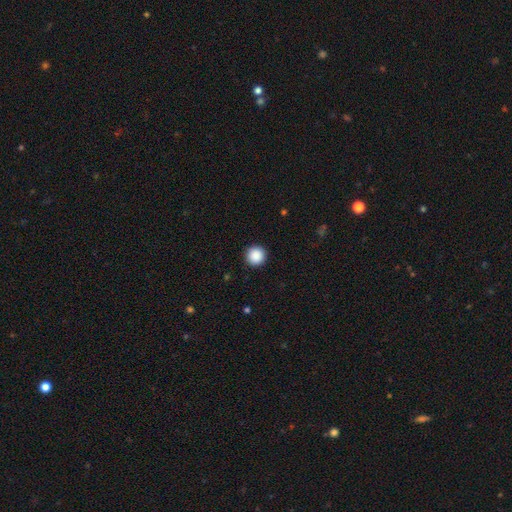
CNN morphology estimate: A smooth galaxy with no disk features (89%) that is round (96%).

Vote fractions:
- Smooth or featured? smooth: 89% / star or artifact: 9% / featured or disk: 2%
- How rounded? round: 96% / in between: 3% / cigar-shaped: 1%
- Merging? none: 92% / minor disturbance: 5% / major disturbance: 2% / merger: 1%